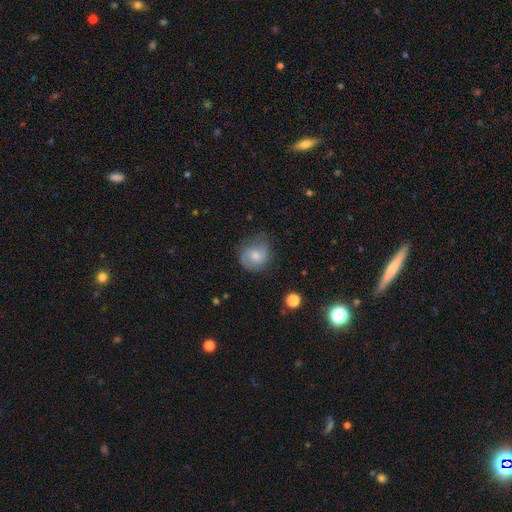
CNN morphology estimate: Smooth or featured? smooth (58%)
How rounded? round (73%)
Merging? none (53%)